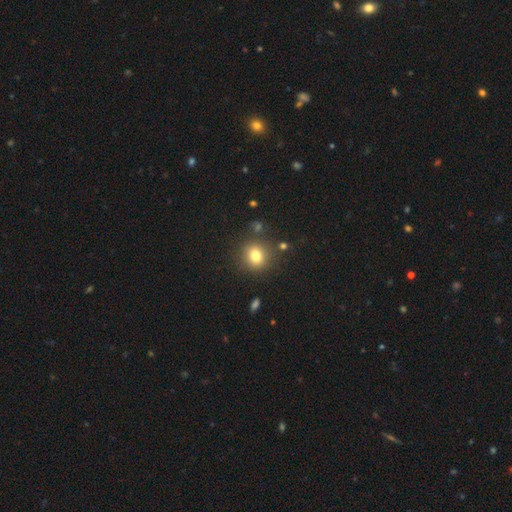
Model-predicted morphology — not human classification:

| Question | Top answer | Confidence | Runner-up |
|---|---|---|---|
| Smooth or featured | smooth | 79% | star or artifact (13%) |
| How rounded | round | 81% | in between (18%) |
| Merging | none | 84% | minor disturbance (9%) |